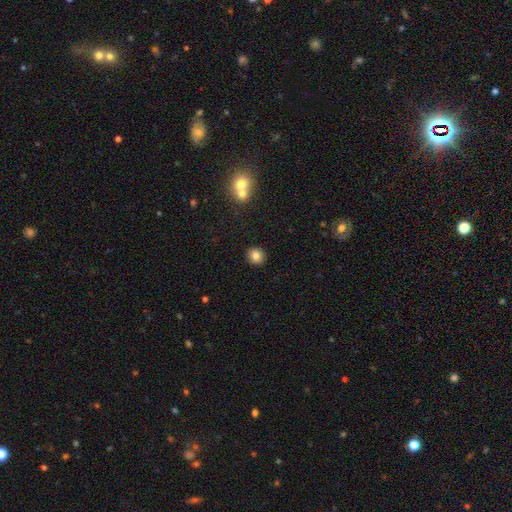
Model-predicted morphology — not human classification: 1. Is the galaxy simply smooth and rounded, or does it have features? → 83% smooth, 11% star or artifact, 6% featured or disk.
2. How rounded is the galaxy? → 87% round, 12% in between, 1% cigar-shaped.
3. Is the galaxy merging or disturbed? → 91% none, 5% minor disturbance, 2% merger, 2% major disturbance.